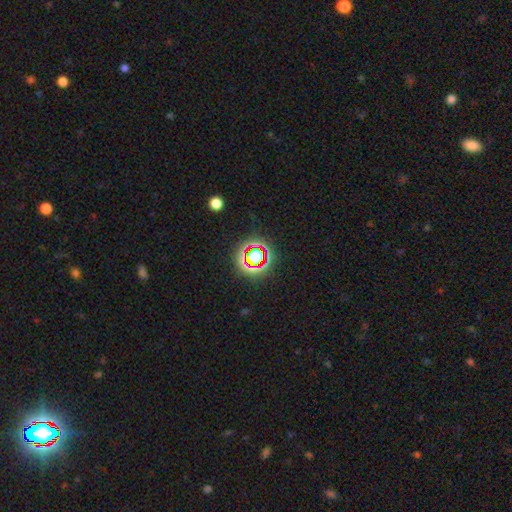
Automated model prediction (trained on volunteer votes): Q: Smooth or featured?
A: star or artifact (63%); runner-up: smooth (24%)